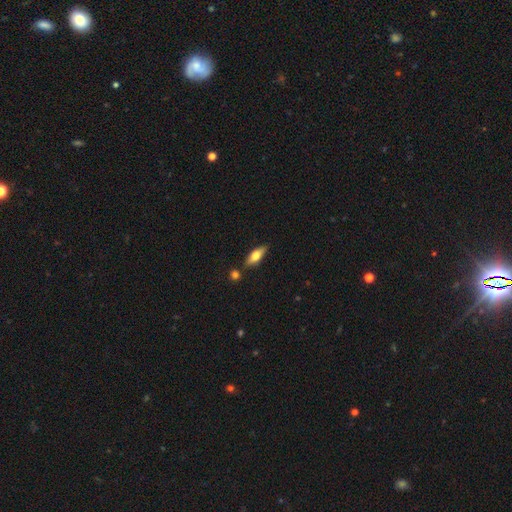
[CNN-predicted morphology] Smooth or featured?
  - smooth: 63% *
  - featured or disk: 31%
  - star or artifact: 6%
How rounded?
  - in between: 67% *
  - cigar-shaped: 30%
  - round: 3%
Merging?
  - none: 78% *
  - minor disturbance: 13%
  - merger: 7%
  - major disturbance: 3%